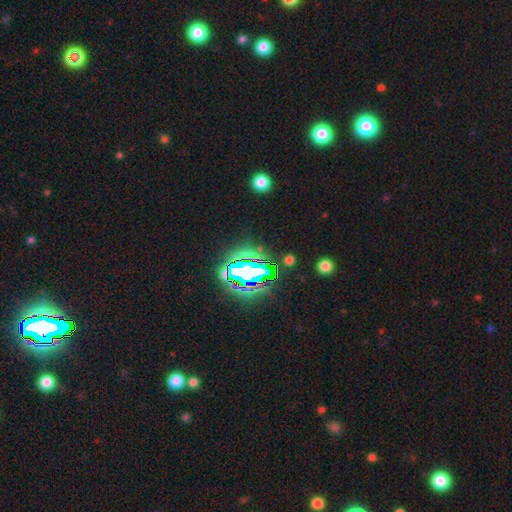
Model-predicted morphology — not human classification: This is clearly a star or artifact rather than a galaxy (82%).